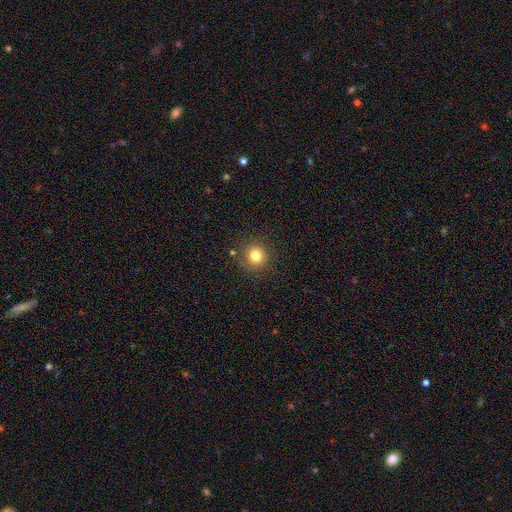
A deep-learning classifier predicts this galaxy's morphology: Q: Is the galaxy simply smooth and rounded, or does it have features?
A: smooth — 80%.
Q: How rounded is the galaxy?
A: round — 92%.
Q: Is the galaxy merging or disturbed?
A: none — 88%.